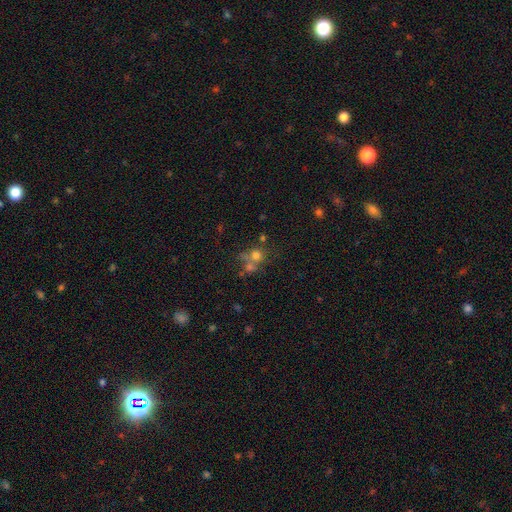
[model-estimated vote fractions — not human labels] Overall: smooth (66%). How rounded: round (85%). Merging: none (47%; merger 38%).